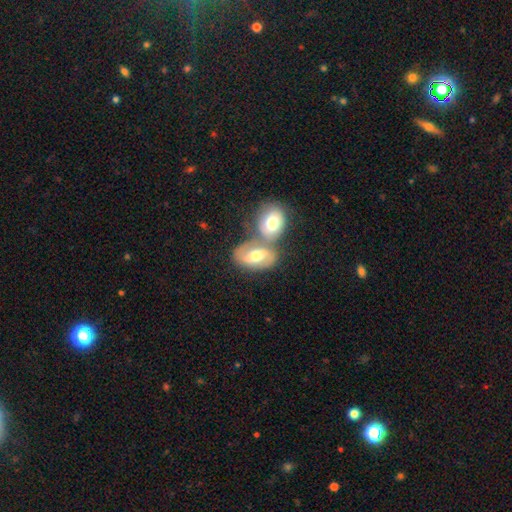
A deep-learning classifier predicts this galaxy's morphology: Q: Smooth or featured?
A: featured or disk (56%); runner-up: smooth (37%)
Q: Edge-on disk?
A: no (95%); runner-up: yes (5%)
Q: Bar?
A: weak (43%); runner-up: no (34%)
Q: Spiral arms?
A: yes (76%); runner-up: no (24%)
Q: Bulge size?
A: moderate (72%); runner-up: large (15%)
Q: Merging?
A: merger (47%); runner-up: none (37%)